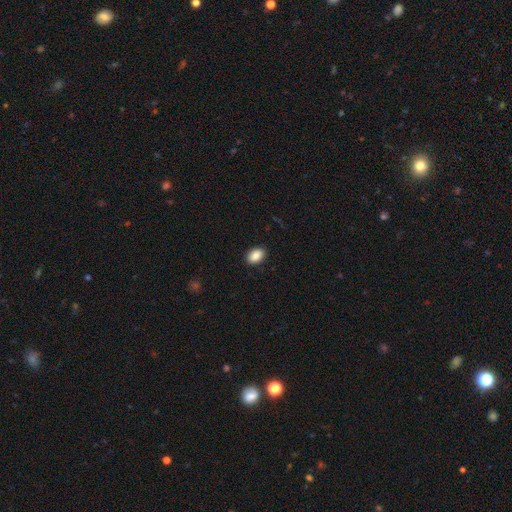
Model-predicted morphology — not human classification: This is clearly a smooth galaxy (88%). How rounded: clearly in between (86%). Merging: clearly none (90%).